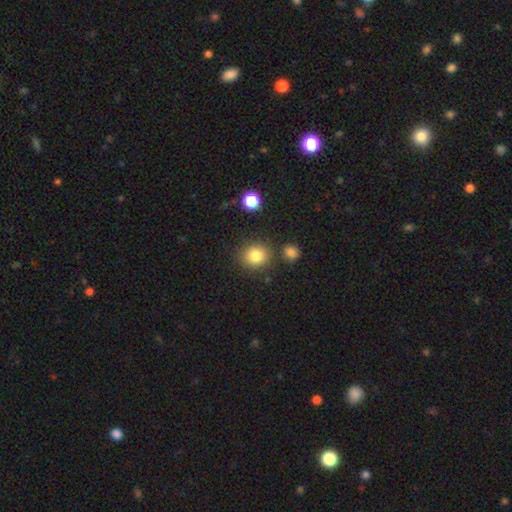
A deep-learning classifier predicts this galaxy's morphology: Smooth or featured?
  - smooth: 83% *
  - star or artifact: 11%
  - featured or disk: 6%
How rounded?
  - round: 83% *
  - in between: 16%
  - cigar-shaped: 1%
Merging?
  - none: 80% *
  - minor disturbance: 9%
  - merger: 7%
  - major disturbance: 3%